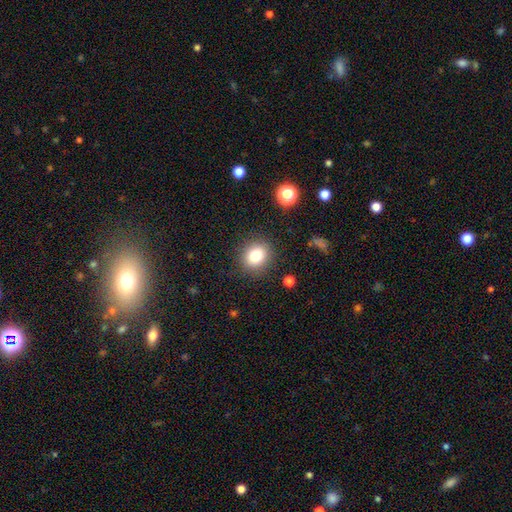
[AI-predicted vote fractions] smooth-or-featured: smooth: 80% | star or artifact: 12% | featured or disk: 8%
  how-rounded: round: 74% | in between: 25% | cigar-shaped: 1%
  merging: none: 87% | minor disturbance: 8% | major disturbance: 3% | merger: 1%